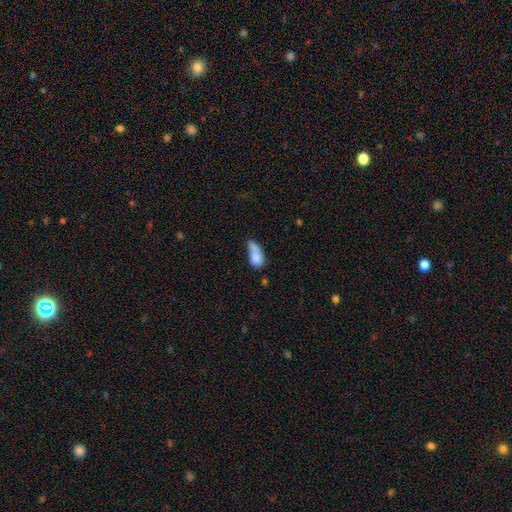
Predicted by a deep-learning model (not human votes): smooth_or_featured: smooth (p=0.76) [alt: featured or disk p=0.16]
how_rounded: in between (p=0.79) [alt: cigar-shaped p=0.12]
merging: merger (p=0.31) [alt: minor disturbance p=0.25]